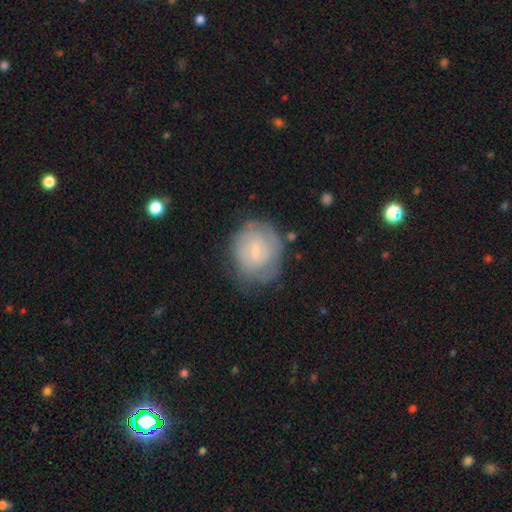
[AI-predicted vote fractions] Morphology: type=featured or disk (58%); edge-on=no (97%); bar=weak (52%); spiral arms=yes (77%); bulge=small (74%); merging=none (62%).